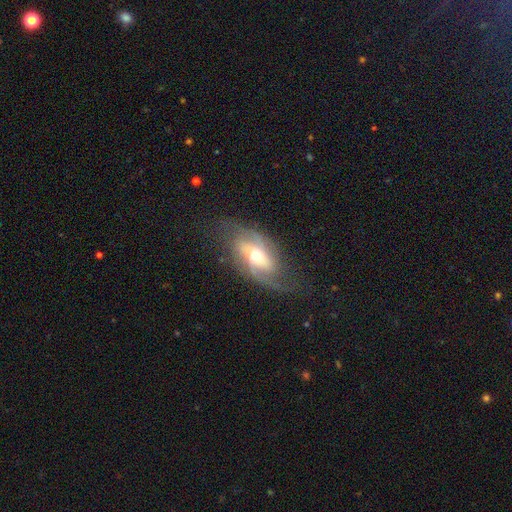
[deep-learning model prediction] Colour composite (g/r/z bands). It shows a featured or disk galaxy (78%) with no bar (42%), 2 (78%) loose (45%) spiral arms (91%) and a moderate central bulge (61%). Merging: none (63%).